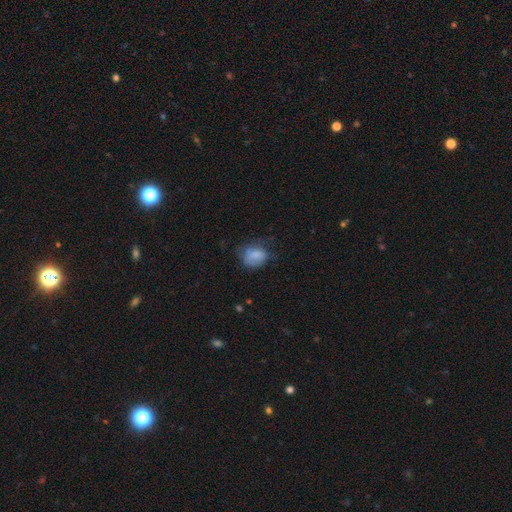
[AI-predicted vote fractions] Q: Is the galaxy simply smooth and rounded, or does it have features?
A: smooth — 77%.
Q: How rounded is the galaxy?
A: in between — 54%.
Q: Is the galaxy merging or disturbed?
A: none — 48%.